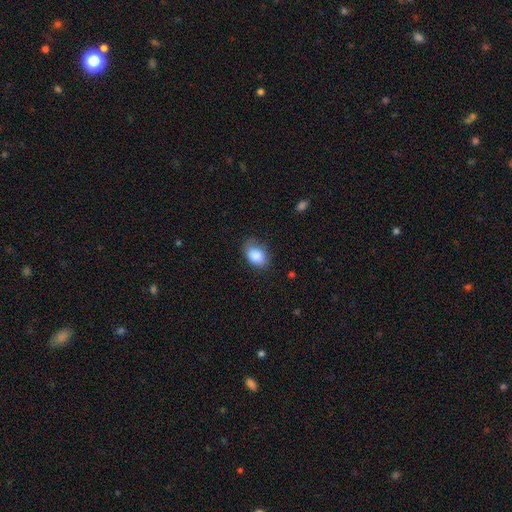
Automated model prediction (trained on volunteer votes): A smooth galaxy with no disk features (86%) that is in between round and cigar-shaped (84%). Merging: none (68%).